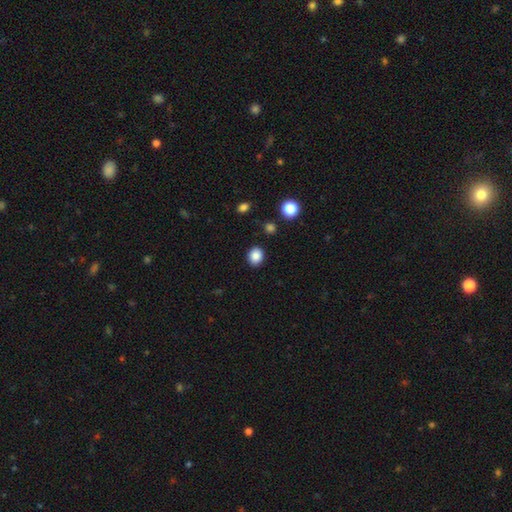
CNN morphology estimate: Smooth or featured? smooth (86%)
How rounded? round (61%)
Merging? none (88%)